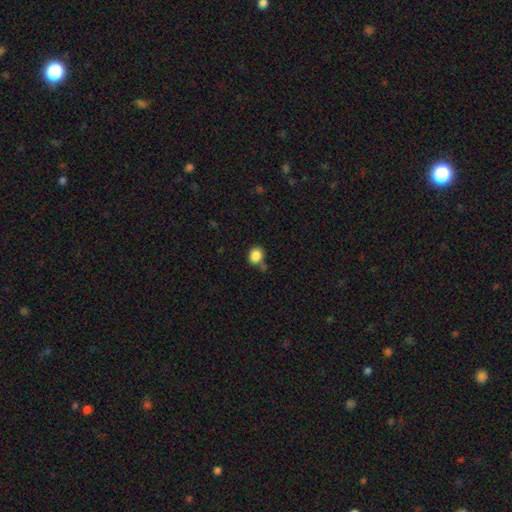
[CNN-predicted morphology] A smooth galaxy with no disk features (86%) that is round (59%).

Vote fractions:
- Smooth or featured? smooth: 86% / star or artifact: 10% / featured or disk: 4%
- How rounded? round: 59% / in between: 40% / cigar-shaped: 1%
- Merging? none: 71% / minor disturbance: 14% / merger: 11% / major disturbance: 4%